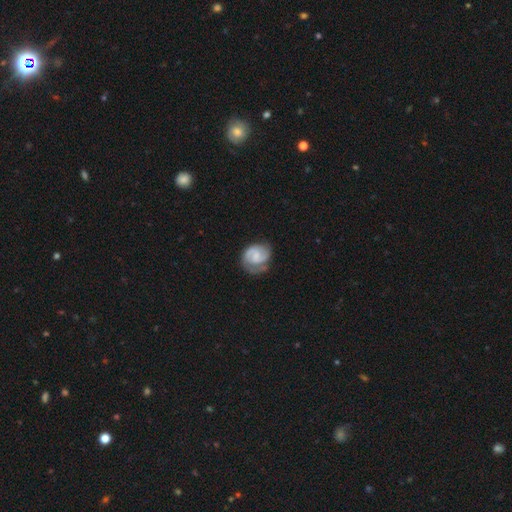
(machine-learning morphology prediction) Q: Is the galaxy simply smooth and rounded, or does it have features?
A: featured or disk — 74%.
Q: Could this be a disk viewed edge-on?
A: no — 98%.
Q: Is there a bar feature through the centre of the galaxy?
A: weak — 47%.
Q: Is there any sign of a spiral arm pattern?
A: yes — 94%.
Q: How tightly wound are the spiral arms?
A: tight — 44%.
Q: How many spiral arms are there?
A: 2 — 77%.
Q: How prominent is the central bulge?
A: small — 43%.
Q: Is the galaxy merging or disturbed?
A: none — 63%.